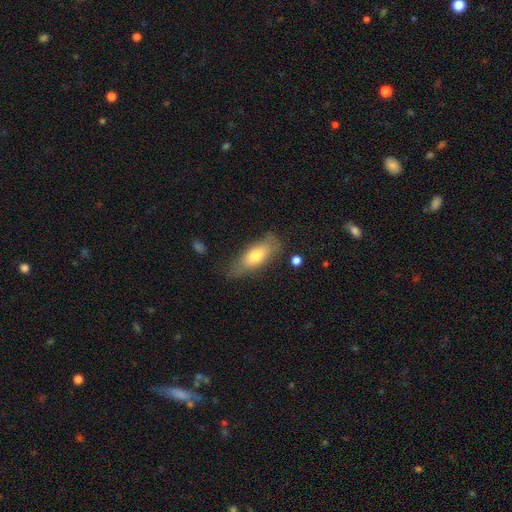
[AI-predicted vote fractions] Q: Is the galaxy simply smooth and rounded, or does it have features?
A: smooth — 66%.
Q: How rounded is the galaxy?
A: in between — 64%.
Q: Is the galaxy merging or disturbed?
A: none — 67%.